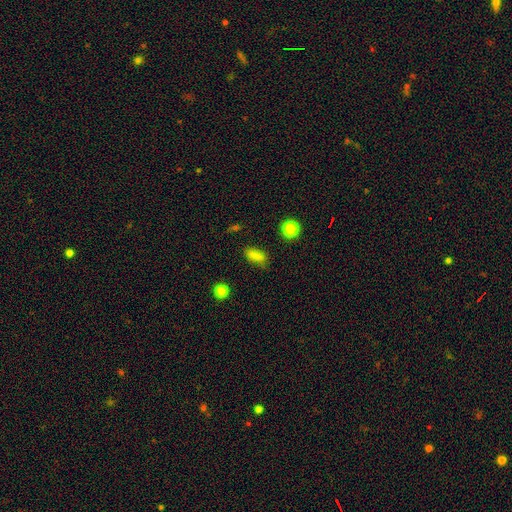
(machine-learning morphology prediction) A smooth galaxy with no disk features (82%) that is in between round and cigar-shaped (74%).

Vote fractions:
- Smooth or featured? smooth: 82% / star or artifact: 13% / featured or disk: 6%
- How rounded? in between: 74% / cigar-shaped: 19% / round: 7%
- Merging? none: 75% / minor disturbance: 18% / major disturbance: 5% / merger: 2%